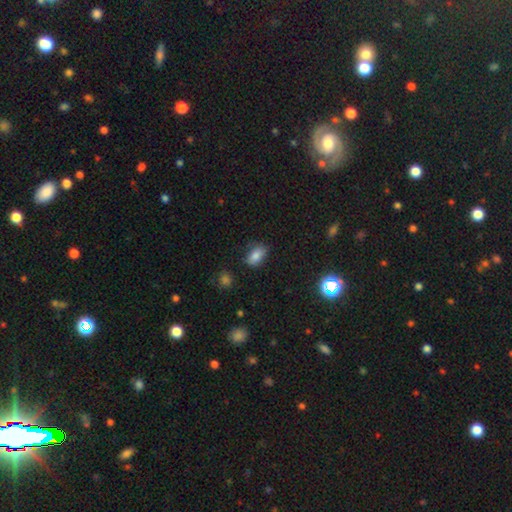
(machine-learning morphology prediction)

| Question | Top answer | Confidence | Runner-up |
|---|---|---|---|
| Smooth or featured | smooth | 82% | star or artifact (11%) |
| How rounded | in between | 87% | round (10%) |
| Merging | none | 75% | minor disturbance (19%) |